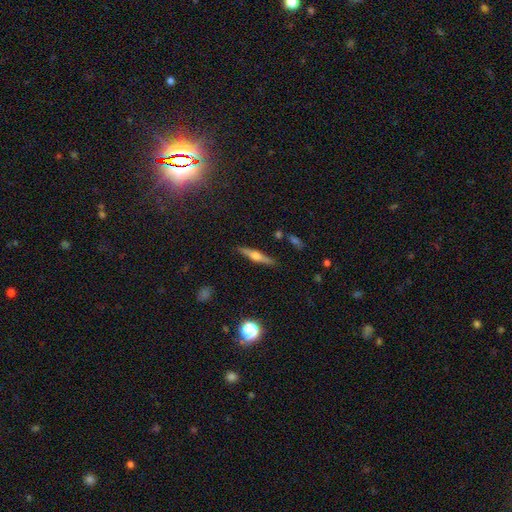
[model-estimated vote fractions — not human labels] featured or disk 61%, smooth 32%, star or artifact 7%. Down the decision tree: edge-on disk — yes (97%); edge-on bulge — rounded (91%); merging — none (89%).